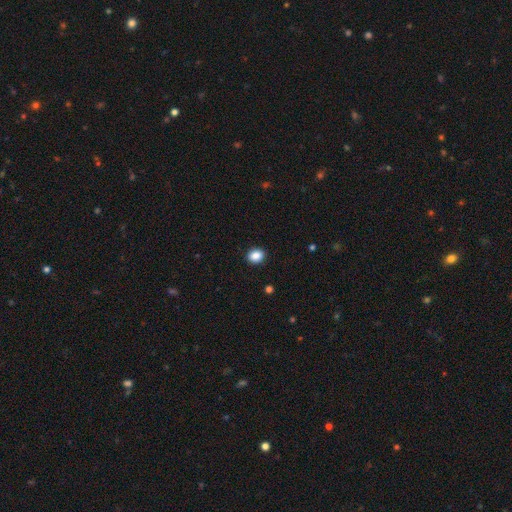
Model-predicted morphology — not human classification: Overall: smooth (88%). How rounded: round (55%; in between 44%). Merging: none (92%).